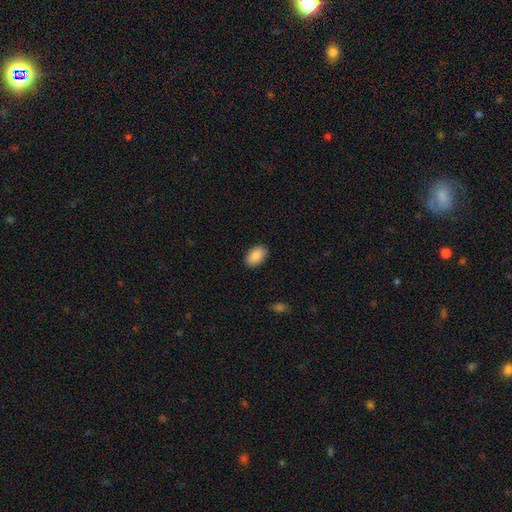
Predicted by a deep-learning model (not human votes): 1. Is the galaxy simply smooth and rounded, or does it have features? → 88% smooth, 7% star or artifact, 5% featured or disk.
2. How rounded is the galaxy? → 90% in between, 9% round, 1% cigar-shaped.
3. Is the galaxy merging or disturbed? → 89% none, 8% minor disturbance, 2% major disturbance, 1% merger.